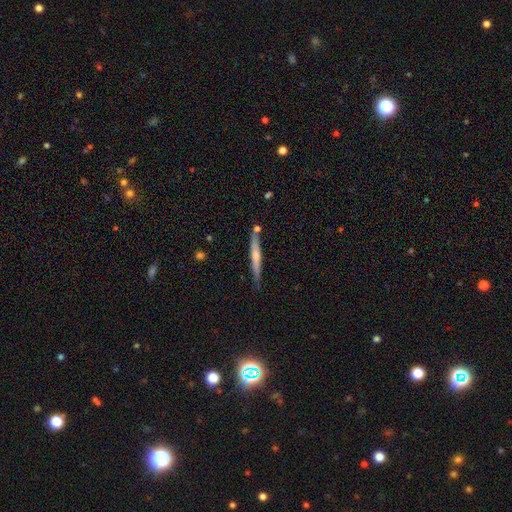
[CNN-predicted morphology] Smooth or featured: featured or disk — 67% (smooth — 25%)
Edge-on disk: yes — 97% (no — 3%)
Edge-on bulge: rounded — 74% (none — 21%)
Merging: none — 85% (minor disturbance — 10%)